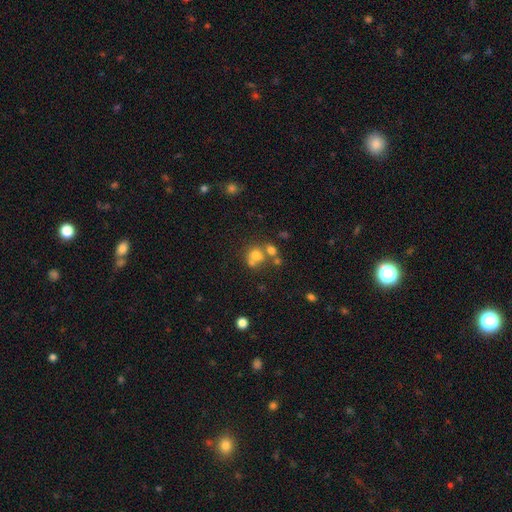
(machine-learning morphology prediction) Q: Smooth or featured?
A: smooth (68%); runner-up: star or artifact (17%)
Q: How rounded?
A: round (74%); runner-up: in between (25%)
Q: Merging?
A: none (41%); tied with: merger (41%)